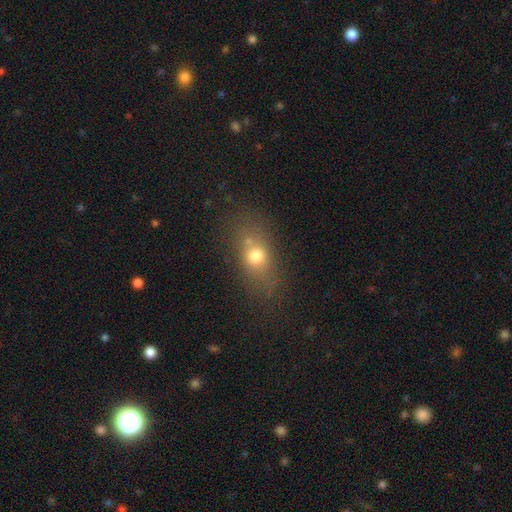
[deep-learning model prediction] A smooth galaxy with no disk features (69%) that is in between round and cigar-shaped (63%). Merging: none (65%).